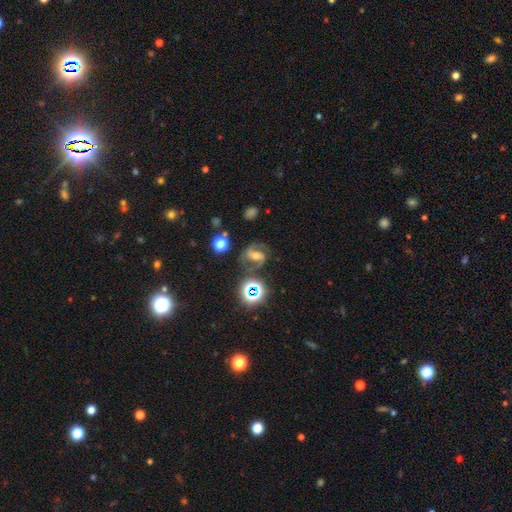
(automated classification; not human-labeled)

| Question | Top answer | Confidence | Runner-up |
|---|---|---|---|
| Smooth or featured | featured or disk | 73% | star or artifact (17%) |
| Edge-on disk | no | 97% | yes (3%) |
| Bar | strong | 41% | weak (37%) |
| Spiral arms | yes | 95% | no (5%) |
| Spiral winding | medium | 56% | loose (24%) |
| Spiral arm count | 2 | 90% | can't tell (4%) |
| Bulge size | moderate | 58% | small (31%) |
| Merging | none | 72% | minor disturbance (15%) |